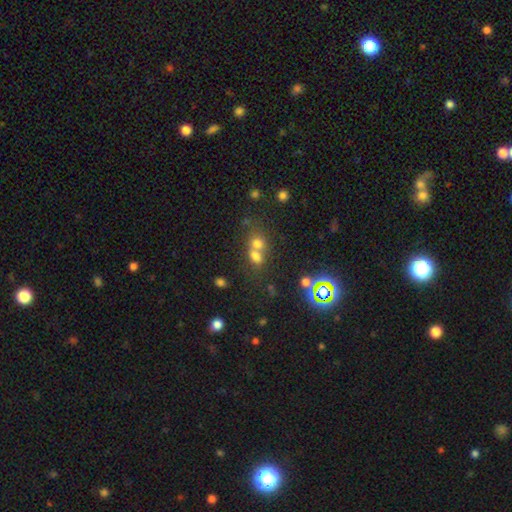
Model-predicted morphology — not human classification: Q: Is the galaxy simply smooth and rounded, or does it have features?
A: smooth — 67%.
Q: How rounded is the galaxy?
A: round — 60%.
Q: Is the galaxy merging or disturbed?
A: merger — 61%.